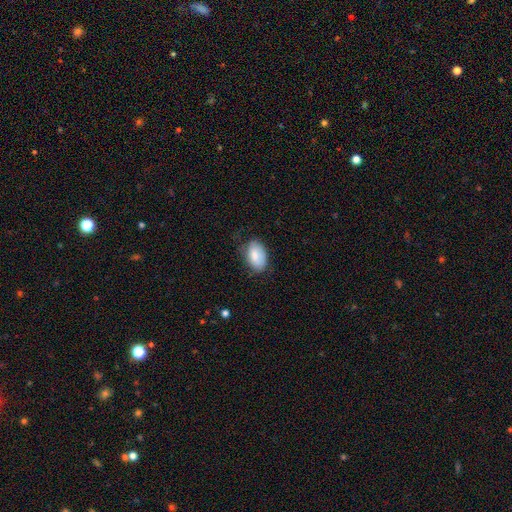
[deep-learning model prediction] This appears to be a smooth galaxy with no disk features (82%) that is in between round and cigar-shaped (93%). Merging: none (64%).